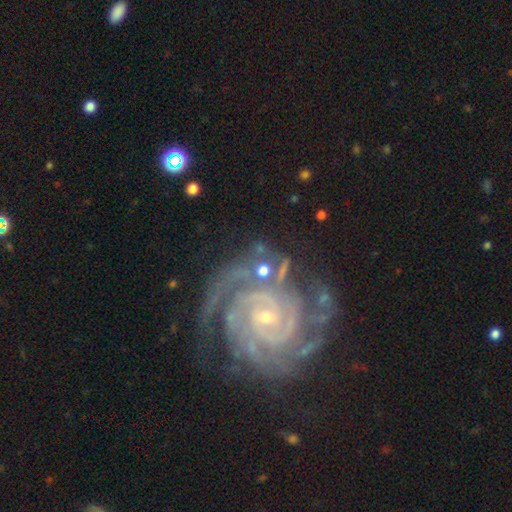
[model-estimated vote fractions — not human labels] Morphology: type=featured or disk (91%); edge-on=no (98%); bar=no (52%); spiral arms=yes (99%); winding=tight (78%); arm count=2 (32%); bulge=small (75%); merging=none (70%).